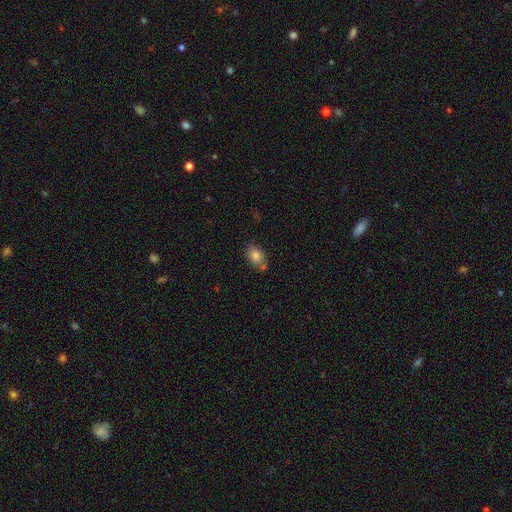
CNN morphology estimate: Smooth or featured? smooth (82%)
How rounded? in between (72%)
Merging? none (63%)